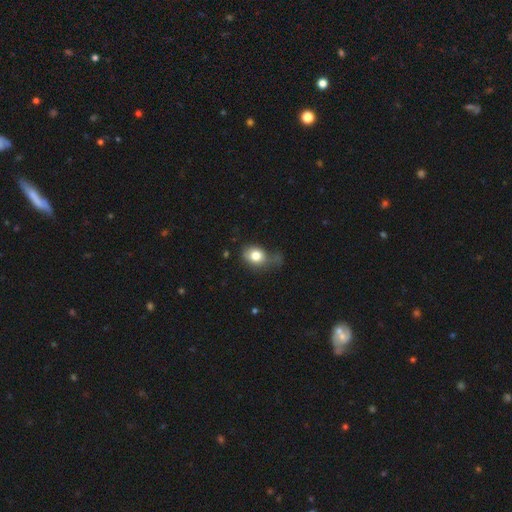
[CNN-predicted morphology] A smooth galaxy with no disk features (78%) that is round (50%).

Vote fractions:
- Smooth or featured? smooth: 78% / featured or disk: 13% / star or artifact: 10%
- How rounded? round: 50% / in between: 49% / cigar-shaped: 1%
- Merging? none: 40% / minor disturbance: 31% / major disturbance: 21% / merger: 7%